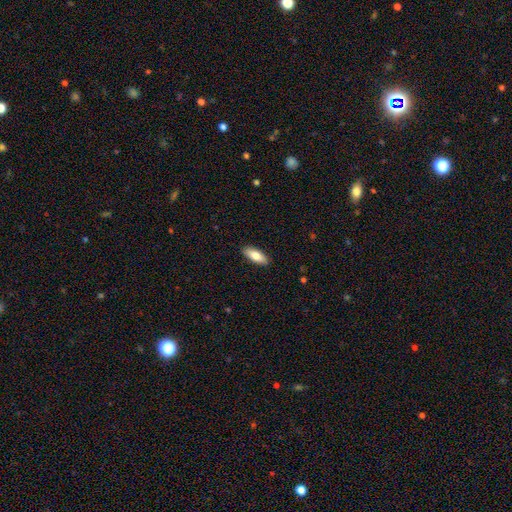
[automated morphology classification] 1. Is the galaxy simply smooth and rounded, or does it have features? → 79% smooth, 15% featured or disk, 6% star or artifact.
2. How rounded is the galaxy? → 71% in between, 27% cigar-shaped, 2% round.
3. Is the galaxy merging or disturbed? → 89% none, 8% minor disturbance, 2% major disturbance, 1% merger.